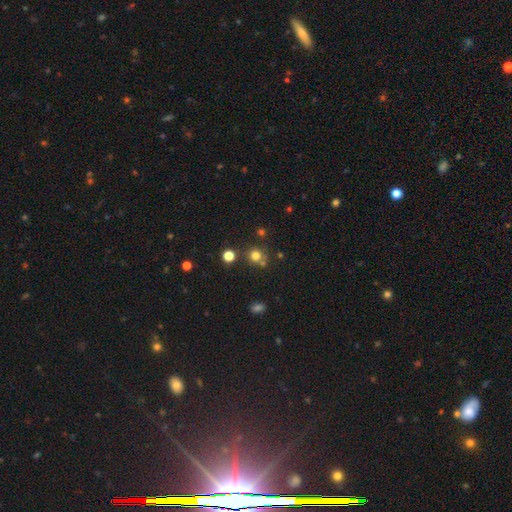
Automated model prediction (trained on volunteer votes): Smooth or featured? Predicted: smooth (p=0.73). How rounded? Predicted: round (p=0.90). Merging? Predicted: none (p=0.70).